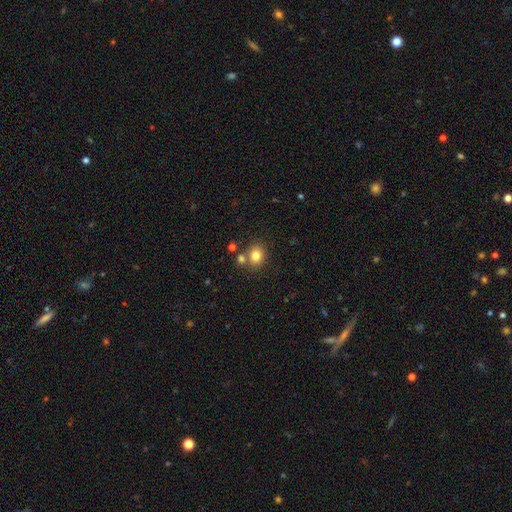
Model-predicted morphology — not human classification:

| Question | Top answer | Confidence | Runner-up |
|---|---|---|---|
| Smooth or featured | smooth | 80% | star or artifact (12%) |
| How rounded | round | 65% | in between (34%) |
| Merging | none | 70% | merger (17%) |